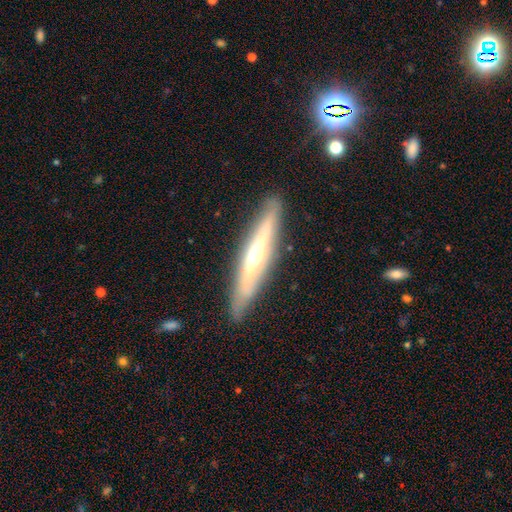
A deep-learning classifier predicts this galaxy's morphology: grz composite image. It shows a featured or disk galaxy (68%) viewed edge-on (88%) with a rounded central bulge (71%). Merging: none (85%).